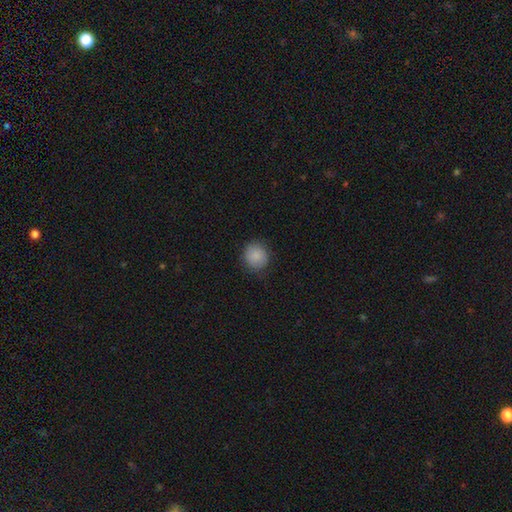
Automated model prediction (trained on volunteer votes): Q: Smooth or featured?
A: smooth (87%); runner-up: star or artifact (7%)
Q: How rounded?
A: round (89%); runner-up: in between (10%)
Q: Merging?
A: none (85%); runner-up: minor disturbance (11%)